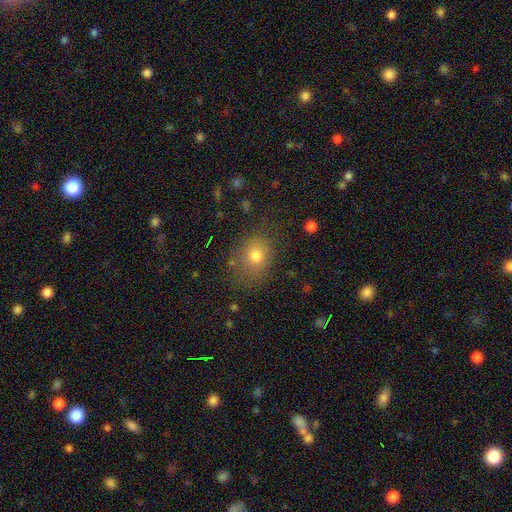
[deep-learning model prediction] This appears to be a smooth galaxy with no disk features (76%) that is round (59%). Merging: none (72%).